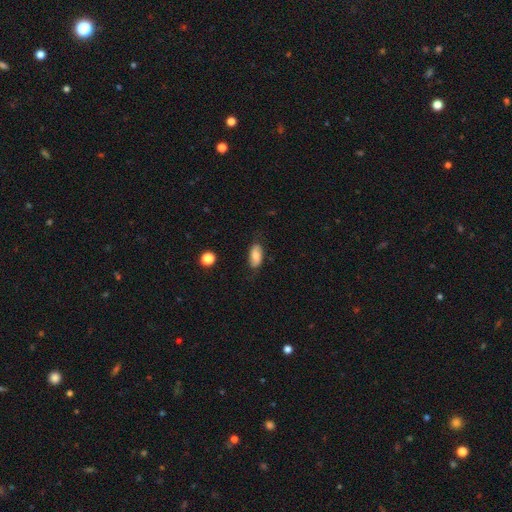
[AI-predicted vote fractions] Smooth or featured? Predicted: smooth (p=0.75). How rounded? Predicted: in between (p=0.90). Merging? Predicted: none (p=0.75).